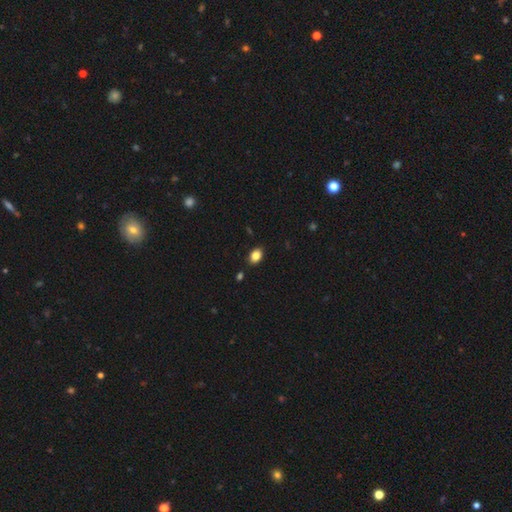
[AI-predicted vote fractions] smooth-or-featured: smooth: 84% | star or artifact: 9% | featured or disk: 6%
  how-rounded: in between: 79% | round: 19% | cigar-shaped: 1%
  merging: none: 87% | minor disturbance: 9% | major disturbance: 2% | merger: 2%